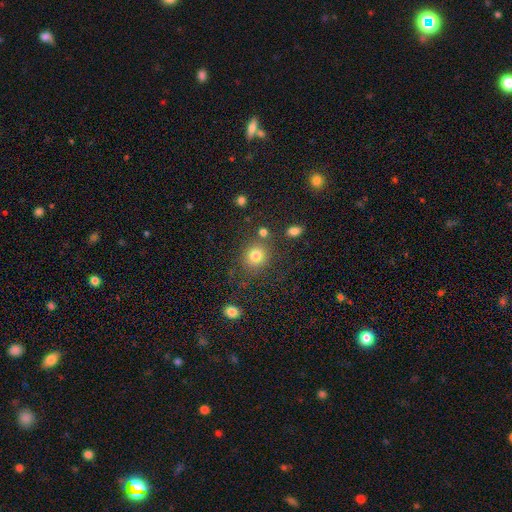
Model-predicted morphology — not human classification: A smooth galaxy with no disk features (80%) that is round (81%). Merging: none (75%).